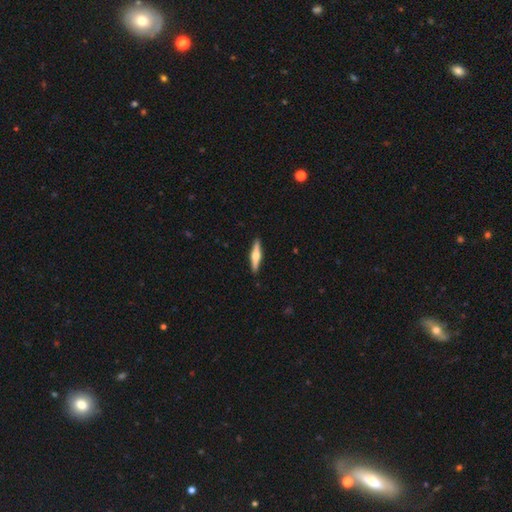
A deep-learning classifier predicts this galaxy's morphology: Overall: featured or disk (60%; smooth 35%). Edge-on disk: yes (97%). Edge-on bulge: rounded (90%). Merging: none (91%).